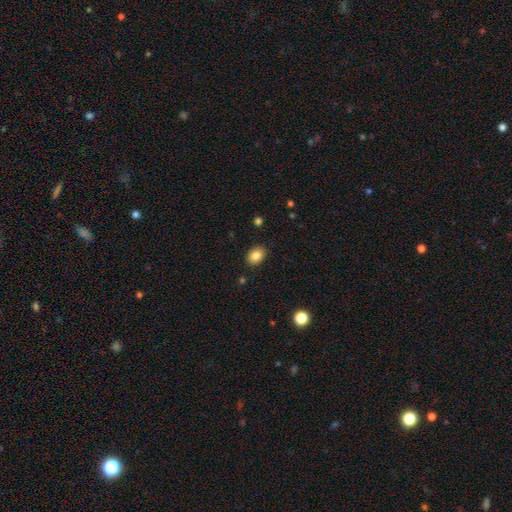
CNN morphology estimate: This appears to be a smooth galaxy with no disk features (85%) that is in between round and cigar-shaped (73%). Merging: none (88%).